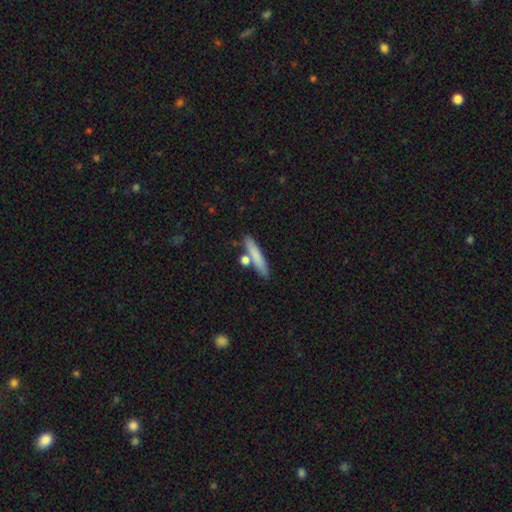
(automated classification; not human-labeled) A smooth galaxy with no disk features (76%) that is cigar-shaped (84%).

Vote fractions:
- Smooth or featured? smooth: 76% / featured or disk: 17% / star or artifact: 7%
- How rounded? cigar-shaped: 84% / in between: 12% / round: 4%
- Merging? none: 75% / merger: 12% / minor disturbance: 10% / major disturbance: 3%